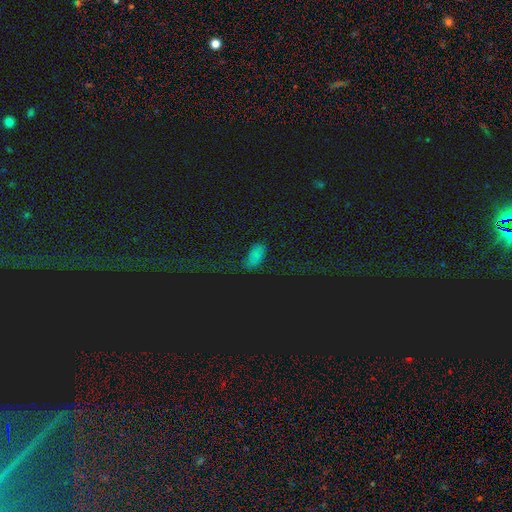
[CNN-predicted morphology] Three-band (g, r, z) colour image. It shows a smooth galaxy with no disk features (52%) that is in between round and cigar-shaped (87%). Merging: none (54%).